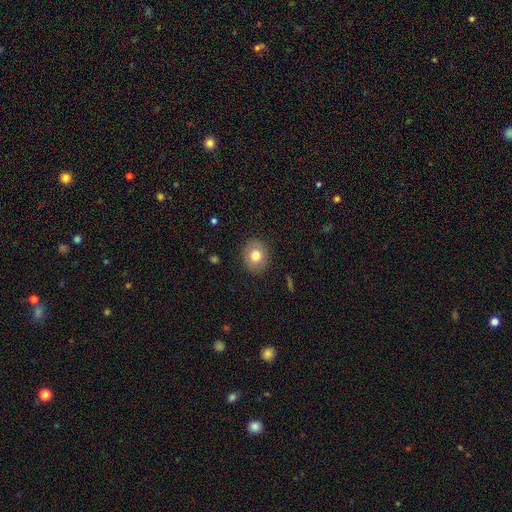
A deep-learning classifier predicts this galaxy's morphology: A smooth galaxy with no disk features (77%) that is round (66%).

Vote fractions:
- Smooth or featured? smooth: 77% / featured or disk: 15% / star or artifact: 9%
- How rounded? round: 66% / in between: 33% / cigar-shaped: 1%
- Merging? none: 88% / minor disturbance: 8% / major disturbance: 2% / merger: 1%